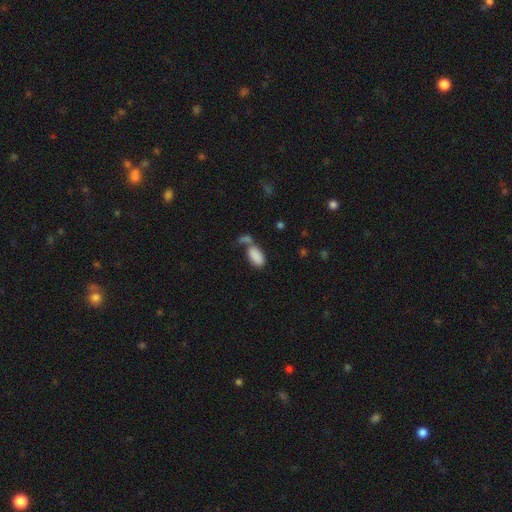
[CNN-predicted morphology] smooth_or_featured: smooth (p=0.86) [alt: star or artifact p=0.08]
how_rounded: in between (p=0.94) [alt: round p=0.03]
merging: merger (p=0.40) [alt: none p=0.38]